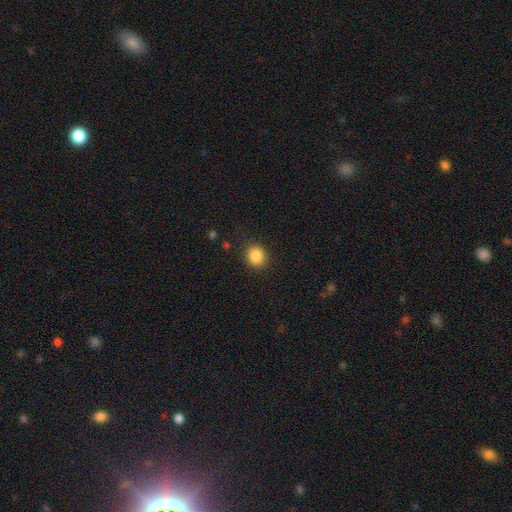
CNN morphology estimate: smooth 86%, star or artifact 10%, featured or disk 4%. Down the decision tree: how rounded — round (77%); merging — none (89%).